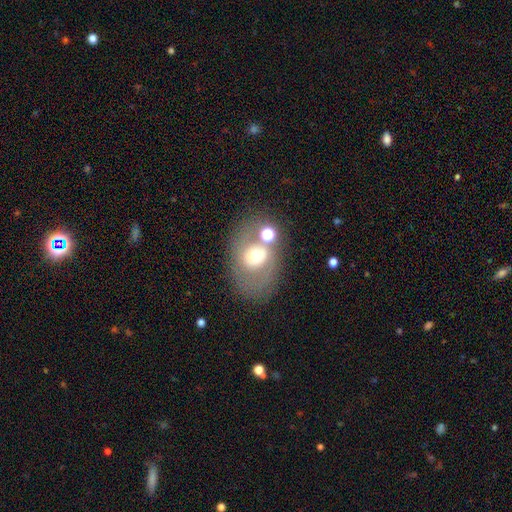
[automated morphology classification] Q: Smooth or featured?
A: smooth (44%); runner-up: featured or disk (42%)
Q: Merging?
A: none (55%); runner-up: merger (20%)